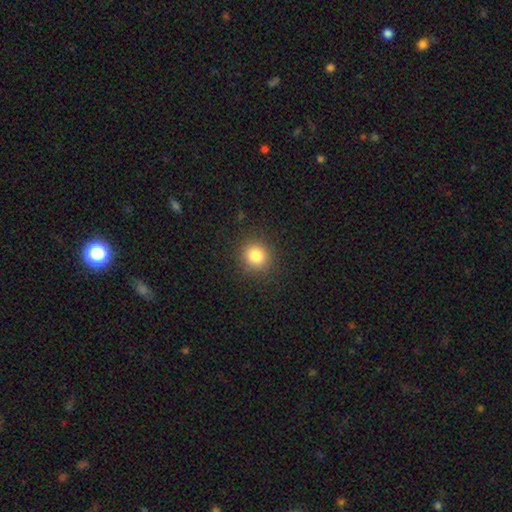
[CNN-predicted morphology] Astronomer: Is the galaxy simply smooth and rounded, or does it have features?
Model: smooth — 83%.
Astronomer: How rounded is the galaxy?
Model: round — 88%.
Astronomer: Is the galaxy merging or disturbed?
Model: none — 90%.